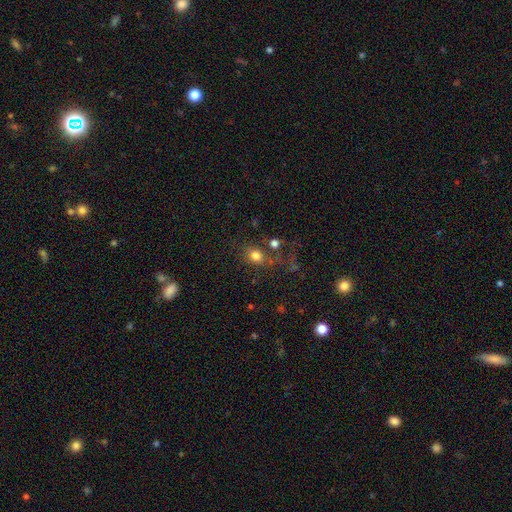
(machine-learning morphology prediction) Overall: smooth (77%). How rounded: round (55%; in between 43%). Merging: none (57%).